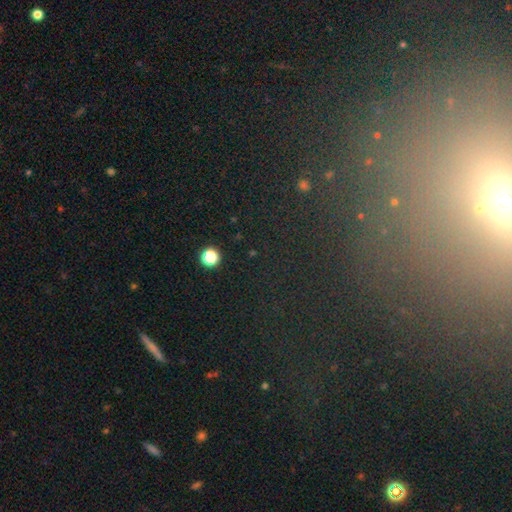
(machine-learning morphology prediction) smooth-or-featured: star or artifact: 60% | smooth: 23% | featured or disk: 17%